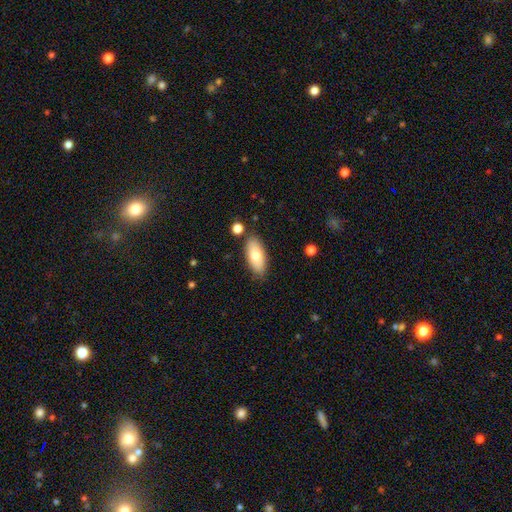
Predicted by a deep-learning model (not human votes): The model was most divided on "smooth or featured": smooth: 76%, featured or disk: 18%, star or artifact: 6%. More confident: merging — none (84%); how rounded — in between (84%).